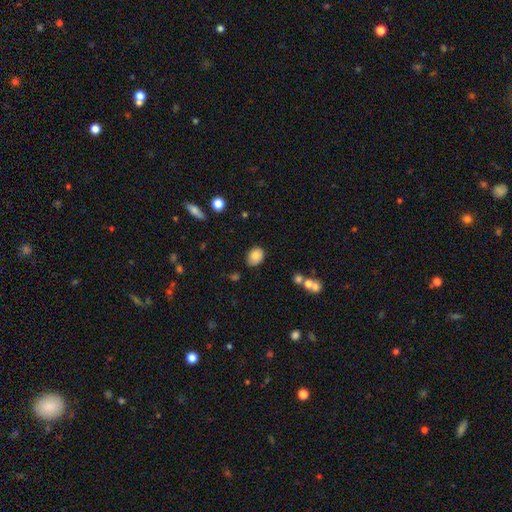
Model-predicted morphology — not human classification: type=smooth (82%); roundness=in between (65%); merging=none (74%).